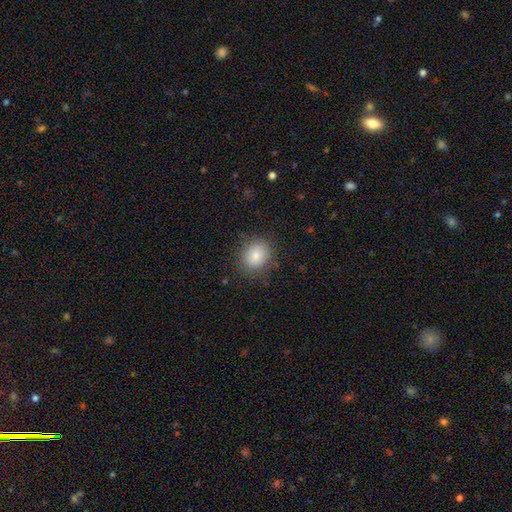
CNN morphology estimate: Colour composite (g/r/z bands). It shows a smooth galaxy with no disk features (85%) that is round (65%). Merging: none (84%).